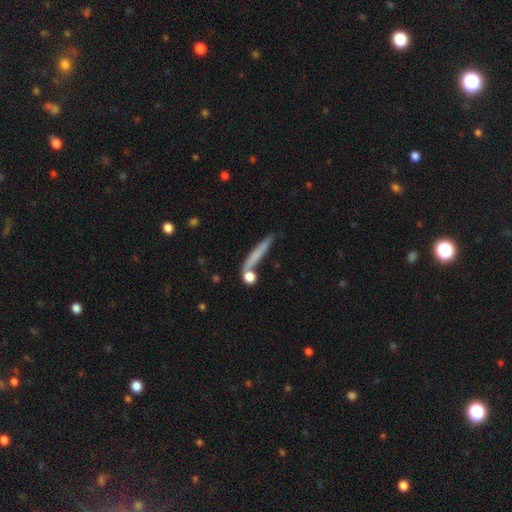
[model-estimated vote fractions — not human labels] smooth 63%, featured or disk 28%, star or artifact 8%. Down the decision tree: how rounded — cigar-shaped (91%); merging — none (73%).